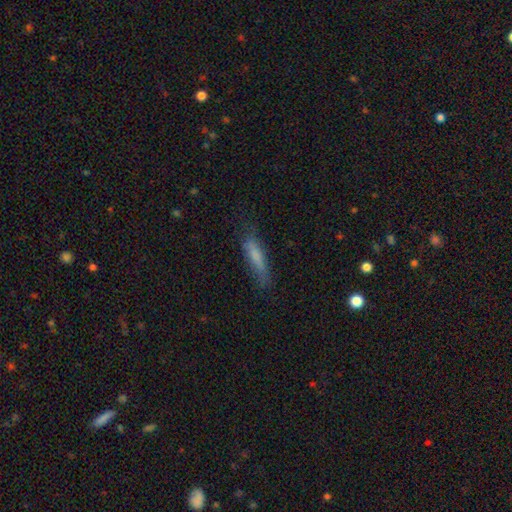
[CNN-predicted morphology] smooth-or-featured: smooth: 70% | featured or disk: 22% | star or artifact: 8%
  how-rounded: cigar-shaped: 77% | in between: 21% | round: 2%
  merging: none: 64% | minor disturbance: 25% | major disturbance: 9% | merger: 2%